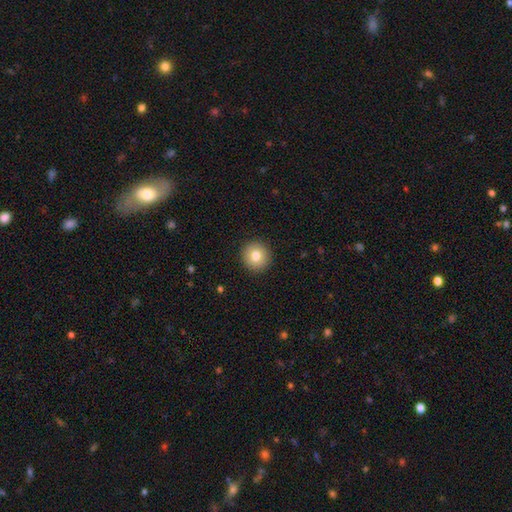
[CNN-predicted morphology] Q: Smooth or featured?
A: smooth (80%); runner-up: featured or disk (11%)
Q: How rounded?
A: round (94%); runner-up: in between (5%)
Q: Merging?
A: none (92%); runner-up: minor disturbance (5%)